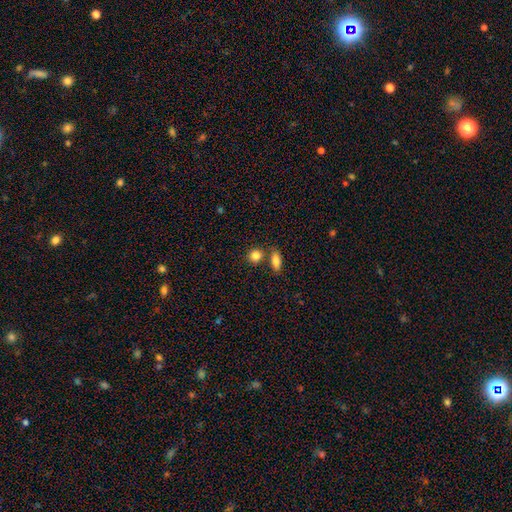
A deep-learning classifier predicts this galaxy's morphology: Smooth or featured? smooth (85%)
How rounded? round (71%)
Merging? none (67%)